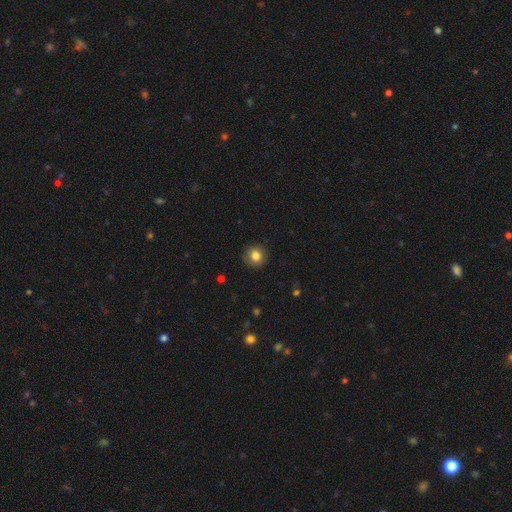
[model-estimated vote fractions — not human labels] Smooth or featured? Predicted: smooth (p=0.83). How rounded? Predicted: round (p=0.89). Merging? Predicted: none (p=0.88).